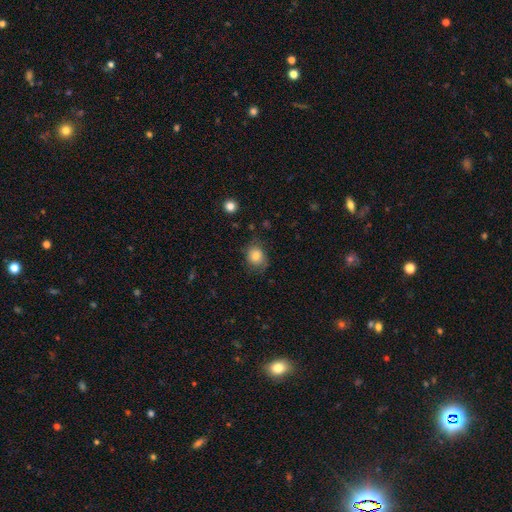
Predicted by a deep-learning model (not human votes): Overall: smooth (78%). How rounded: round (60%; in between 39%). Merging: none (67%).